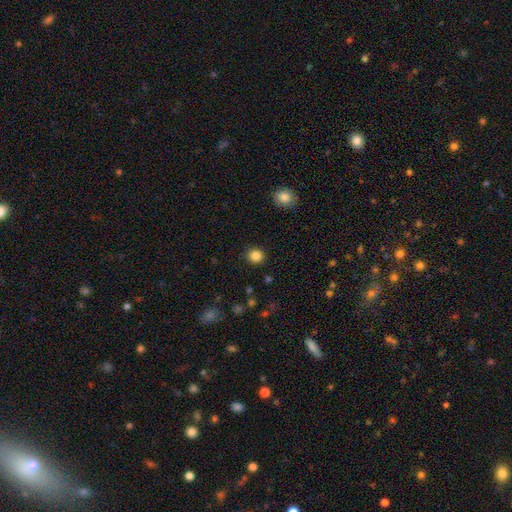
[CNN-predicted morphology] This is clearly a smooth galaxy (85%). How rounded: clearly round (88%). Merging: clearly none (91%).